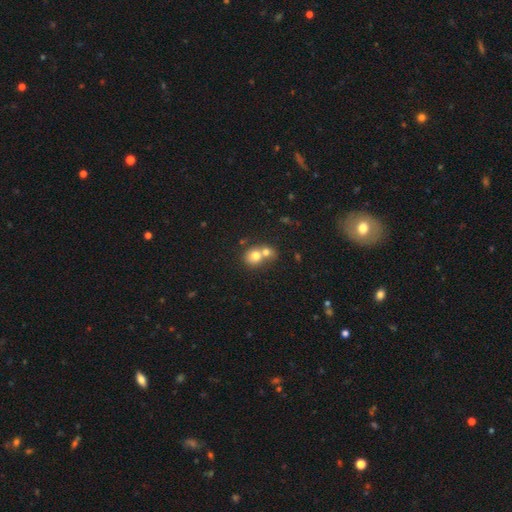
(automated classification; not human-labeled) Smooth or featured? Predicted: smooth (p=0.72). How rounded? Predicted: round (p=0.72). Merging? Predicted: merger (p=0.65).